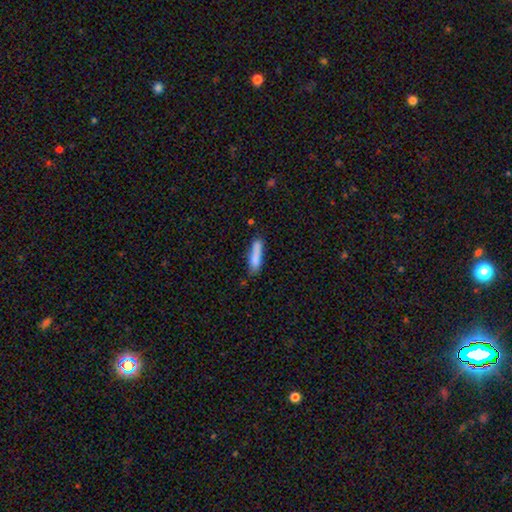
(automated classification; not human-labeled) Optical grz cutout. It shows a smooth galaxy with no disk features (81%) that is cigar-shaped (78%). Merging: none (64%).